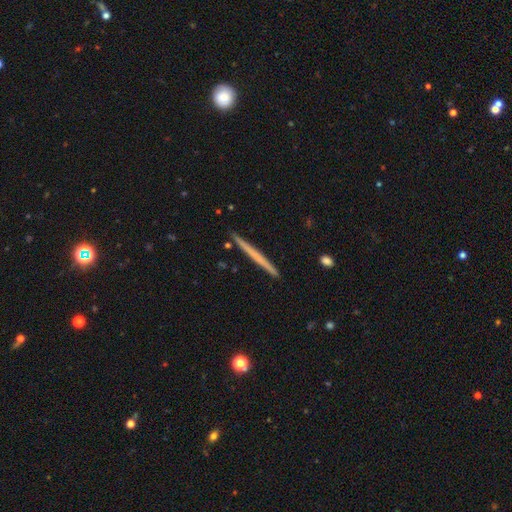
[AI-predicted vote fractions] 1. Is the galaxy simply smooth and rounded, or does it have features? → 47% featured or disk (tied), 47% smooth (tied), 6% star or artifact.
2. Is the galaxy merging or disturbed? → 92% none, 6% minor disturbance, 1% merger, 1% major disturbance.